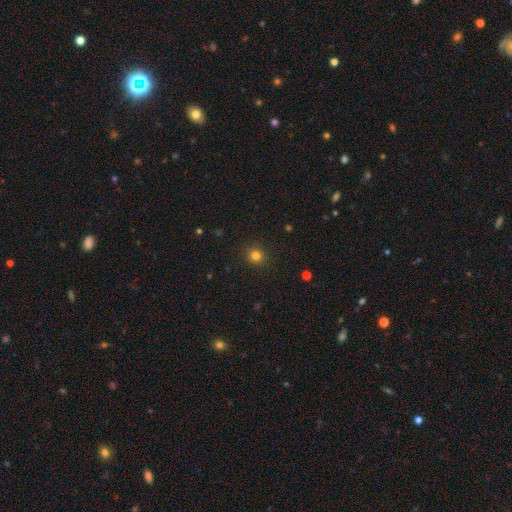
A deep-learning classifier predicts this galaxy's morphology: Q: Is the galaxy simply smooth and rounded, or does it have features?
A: smooth — 81%.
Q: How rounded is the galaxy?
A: round — 91%.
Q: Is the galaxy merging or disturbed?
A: none — 91%.